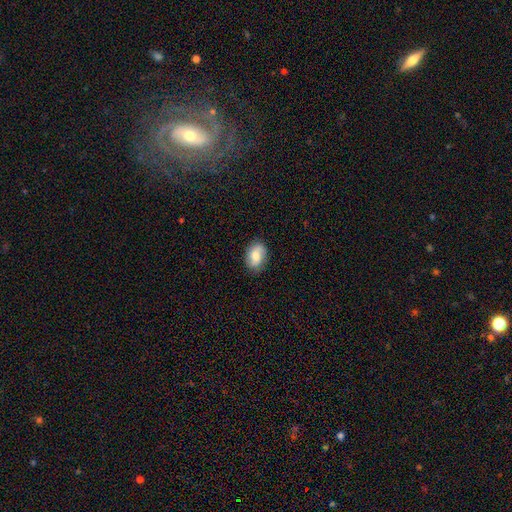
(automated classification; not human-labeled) Morphology: type=smooth (68%); roundness=in between (82%); merging=none (83%).